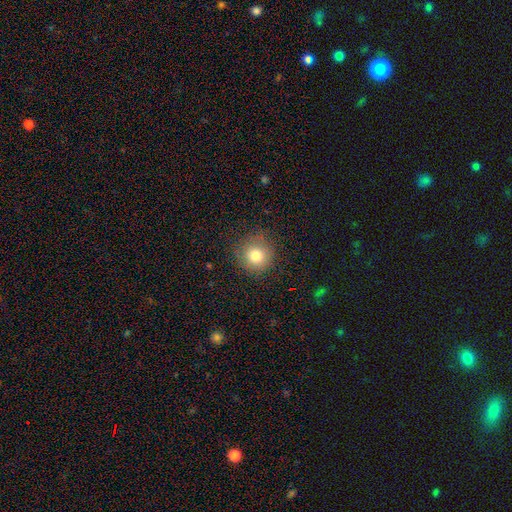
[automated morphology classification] A smooth galaxy with no disk features (79%) that is round (93%).

Vote fractions:
- Smooth or featured? smooth: 79% / star or artifact: 12% / featured or disk: 9%
- How rounded? round: 93% / in between: 6% / cigar-shaped: 1%
- Merging? none: 84% / minor disturbance: 11% / major disturbance: 4% / merger: 1%